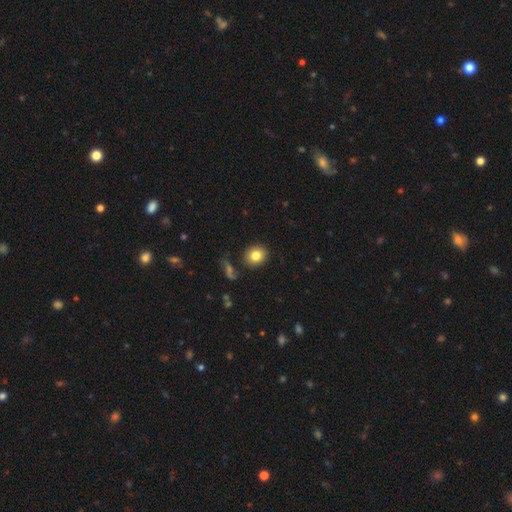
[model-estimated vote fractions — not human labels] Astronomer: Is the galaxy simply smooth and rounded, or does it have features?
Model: smooth — 82%.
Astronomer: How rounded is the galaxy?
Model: round — 69%.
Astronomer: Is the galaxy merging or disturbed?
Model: none — 86%.